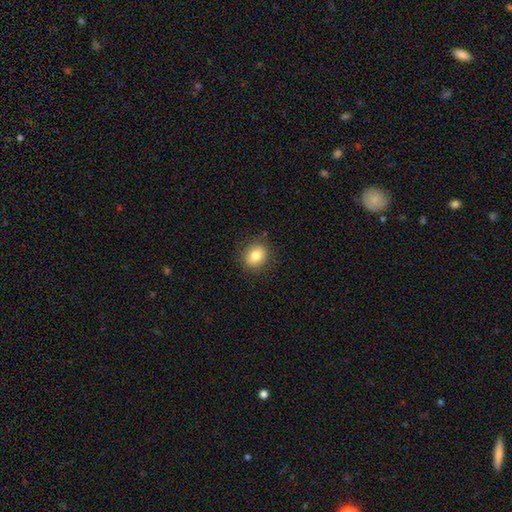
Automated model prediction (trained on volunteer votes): Q: Smooth or featured?
A: smooth (82%); runner-up: star or artifact (10%)
Q: How rounded?
A: round (67%); runner-up: in between (32%)
Q: Merging?
A: none (88%); runner-up: minor disturbance (9%)